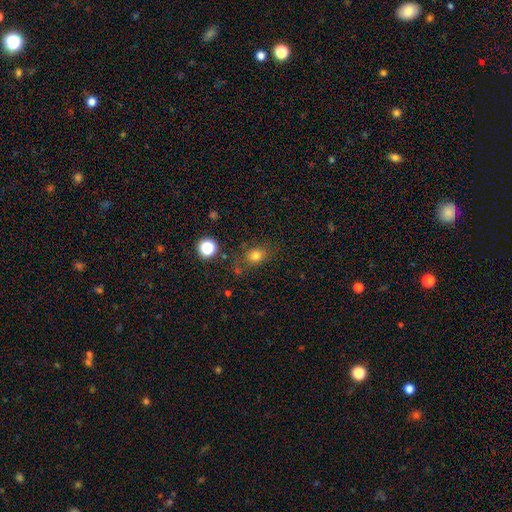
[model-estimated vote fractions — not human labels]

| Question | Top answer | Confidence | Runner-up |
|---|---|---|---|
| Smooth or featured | smooth | 77% | star or artifact (16%) |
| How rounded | round | 54% | in between (44%) |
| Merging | none | 70% | minor disturbance (17%) |